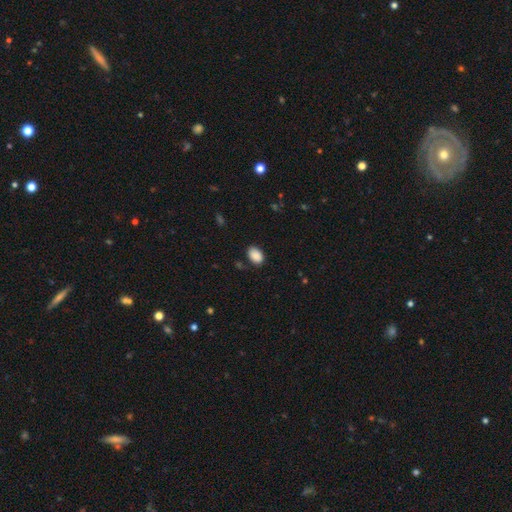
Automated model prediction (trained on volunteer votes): Smooth or featured? smooth (89%)
How rounded? in between (84%)
Merging? none (81%)